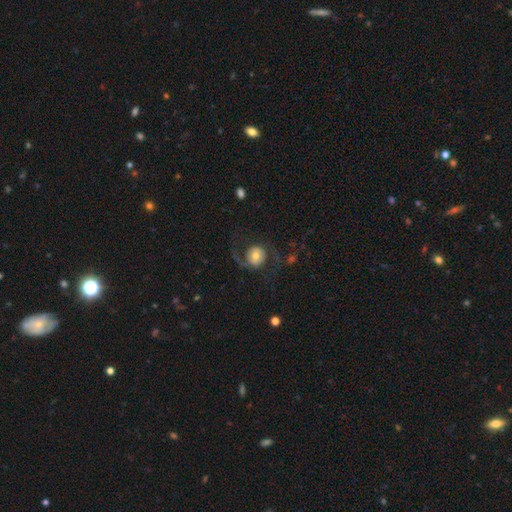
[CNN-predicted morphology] Smooth or featured?
  - featured or disk: 60% *
  - smooth: 33%
  - star or artifact: 7%
Edge-on disk?
  - no: 97% *
  - yes: 3%
Bar?
  - no: 69% *
  - weak: 22%
  - strong: 8%
Spiral arms?
  - yes: 79% *
  - no: 21%
Bulge size?
  - moderate: 60% *
  - small: 20%
  - large: 14%
  - dominant: 4%
  - none: 2%
Merging?
  - none: 66% *
  - major disturbance: 20%
  - minor disturbance: 12%
  - merger: 2%